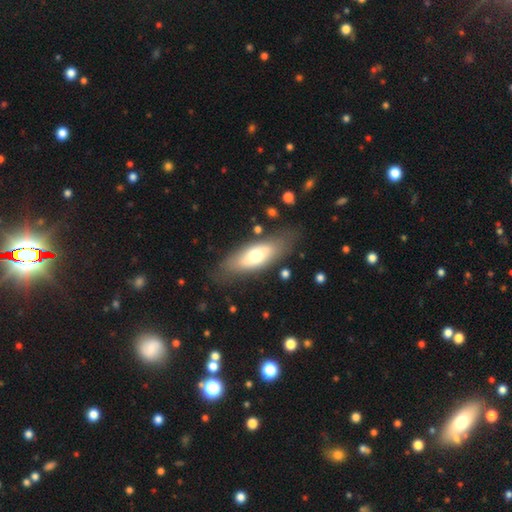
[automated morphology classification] smooth_or_featured: smooth (p=0.58) [alt: featured or disk p=0.36]
how_rounded: in between (p=0.72) [alt: cigar-shaped p=0.26]
merging: none (p=0.75) [alt: minor disturbance p=0.16]